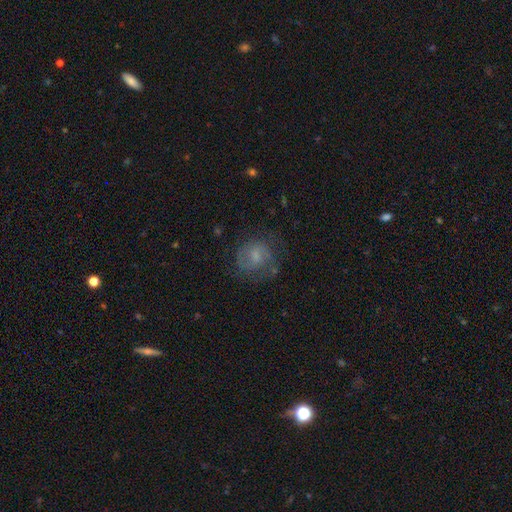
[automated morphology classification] A featured or disk galaxy (49%). Merging: none (63%).